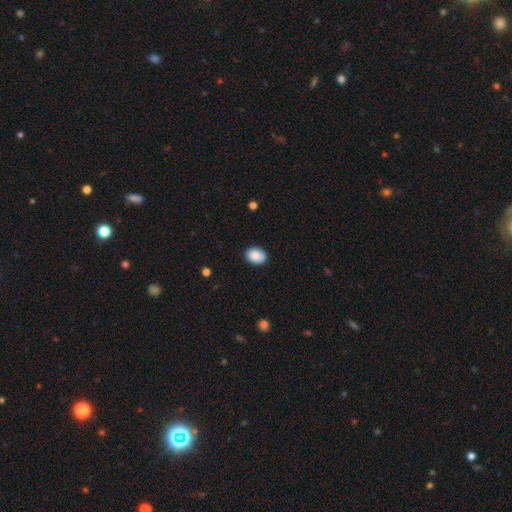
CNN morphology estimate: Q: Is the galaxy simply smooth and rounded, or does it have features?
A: smooth — 89%.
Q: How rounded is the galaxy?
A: in between — 74%.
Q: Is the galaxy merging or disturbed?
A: none — 89%.